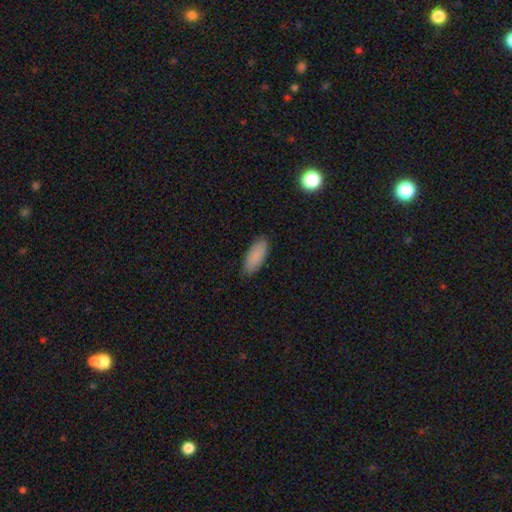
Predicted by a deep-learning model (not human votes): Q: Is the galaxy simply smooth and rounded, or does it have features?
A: smooth — 88%.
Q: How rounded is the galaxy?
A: in between — 79%.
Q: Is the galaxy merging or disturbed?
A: none — 86%.